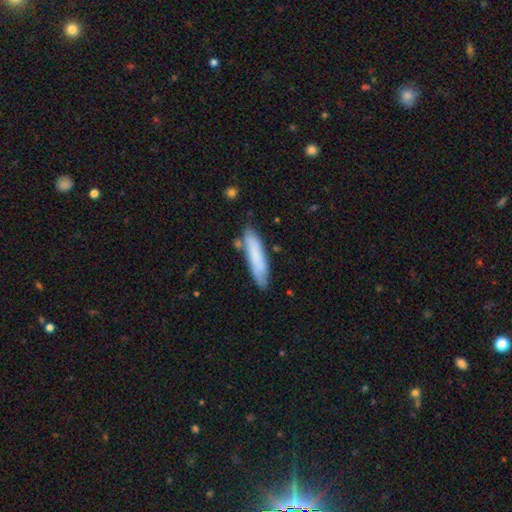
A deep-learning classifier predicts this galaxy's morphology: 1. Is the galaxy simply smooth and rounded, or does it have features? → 76% smooth, 18% featured or disk, 6% star or artifact.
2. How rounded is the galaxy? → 81% cigar-shaped, 17% in between, 1% round.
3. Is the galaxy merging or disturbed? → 76% none, 16% minor disturbance, 5% merger, 3% major disturbance.